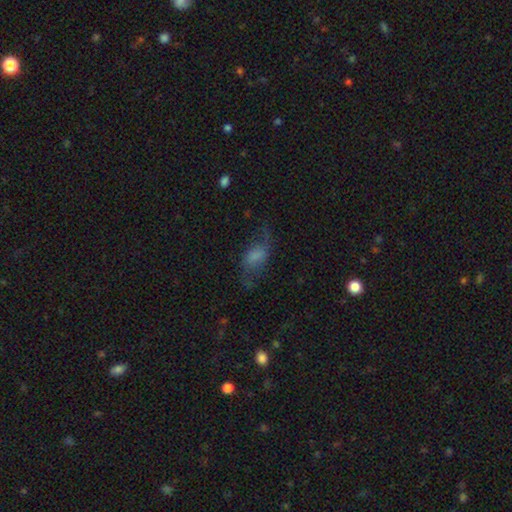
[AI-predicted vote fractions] A smooth galaxy with no disk features (45%). Merging: none (50%).